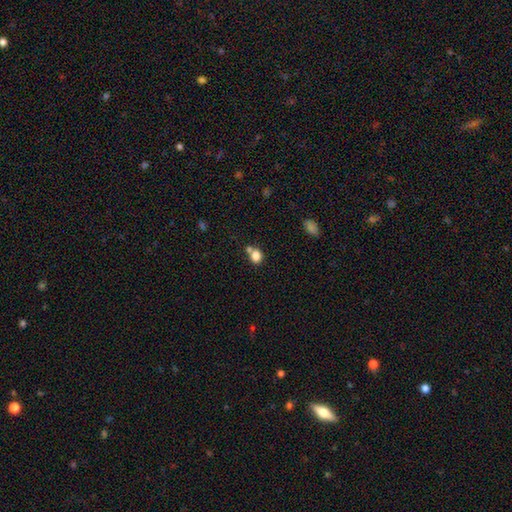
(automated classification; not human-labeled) Overall: smooth (82%). How rounded: round (71%). Merging: none (54%; merger 33%).